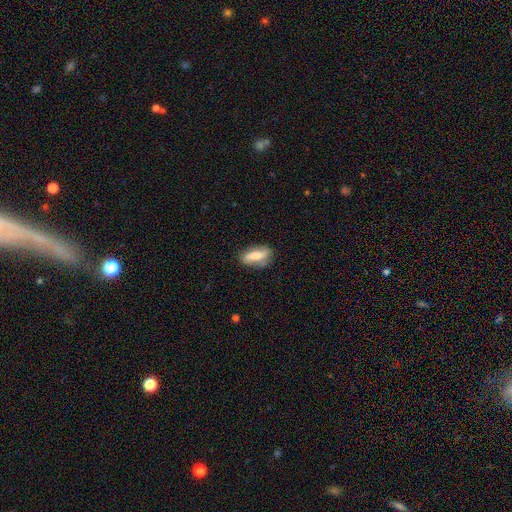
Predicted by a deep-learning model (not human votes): A smooth galaxy with no disk features (63%) that is in between round and cigar-shaped (76%).

Vote fractions:
- Smooth or featured? smooth: 63% / featured or disk: 30% / star or artifact: 7%
- How rounded? in between: 76% / cigar-shaped: 20% / round: 4%
- Merging? none: 73% / minor disturbance: 20% / major disturbance: 5% / merger: 2%